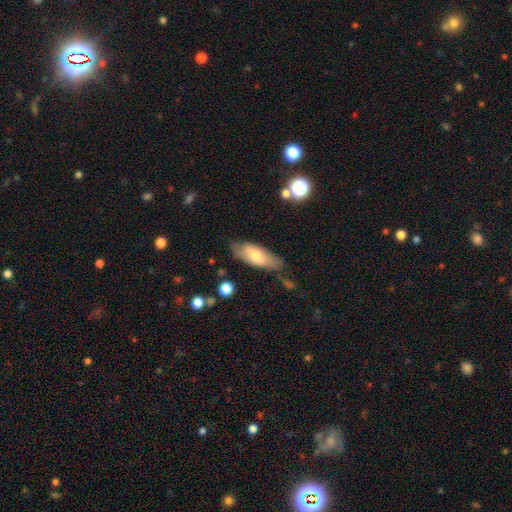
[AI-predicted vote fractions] smooth_or_featured: smooth (p=0.61) [alt: featured or disk p=0.33]
how_rounded: in between (p=0.71) [alt: cigar-shaped p=0.26]
merging: none (p=0.62) [alt: minor disturbance p=0.27]